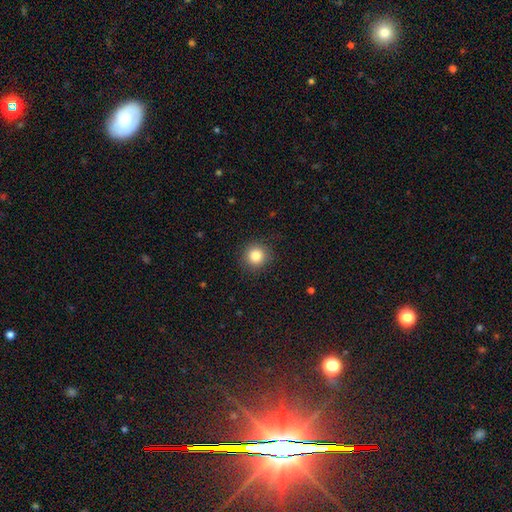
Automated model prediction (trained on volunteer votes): This is clearly a smooth galaxy (85%). How rounded: clearly round (93%). Merging: clearly none (89%).